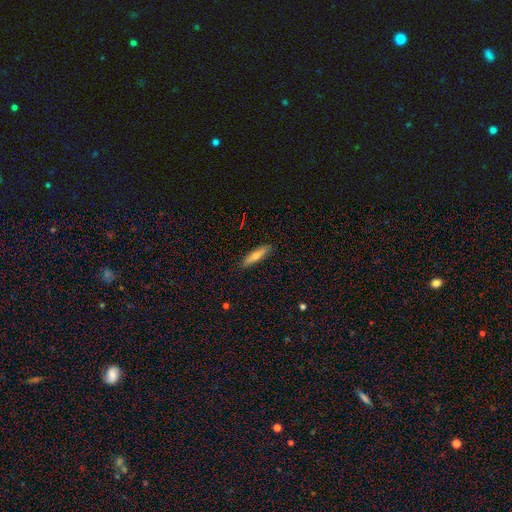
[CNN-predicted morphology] Smooth or featured? Predicted: smooth (p=0.62). How rounded? Predicted: cigar-shaped (p=0.80). Merging? Predicted: none (p=0.88).